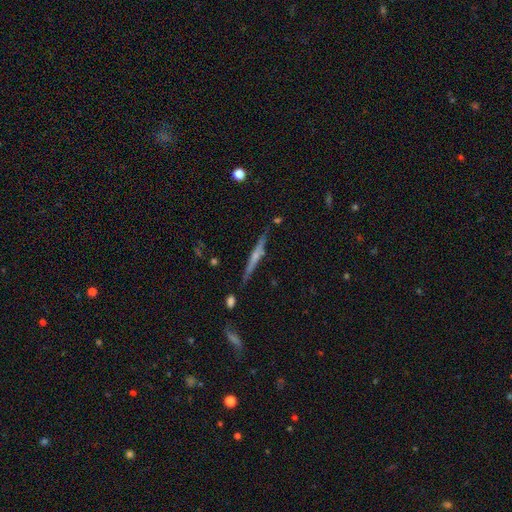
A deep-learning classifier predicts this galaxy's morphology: smooth-or-featured: featured or disk: 61% | smooth: 31% | star or artifact: 7%
  disk-edge-on: yes: 96% | no: 4%
    edge-on-bulge: rounded: 45% (tied) | none: 45% (tied) | boxy: 10%
  merging: none: 81% | minor disturbance: 12% | merger: 4% | major disturbance: 3%